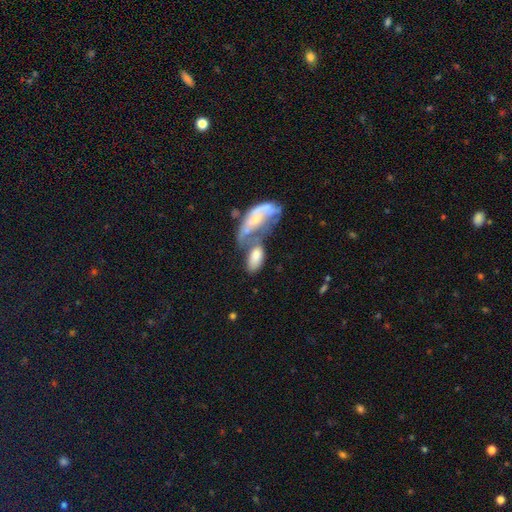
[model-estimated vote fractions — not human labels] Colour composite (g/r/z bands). It shows a smooth galaxy with no disk features (61%) that is in between round and cigar-shaped (91%). Merging: merger (63%).